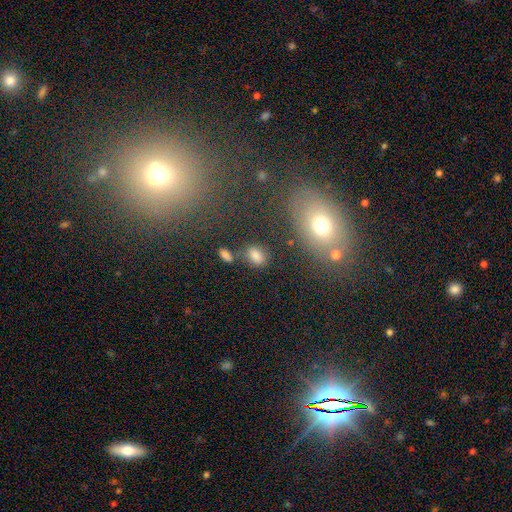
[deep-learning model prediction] Overall: smooth (79%). How rounded: in between (74%). Merging: none (66%).